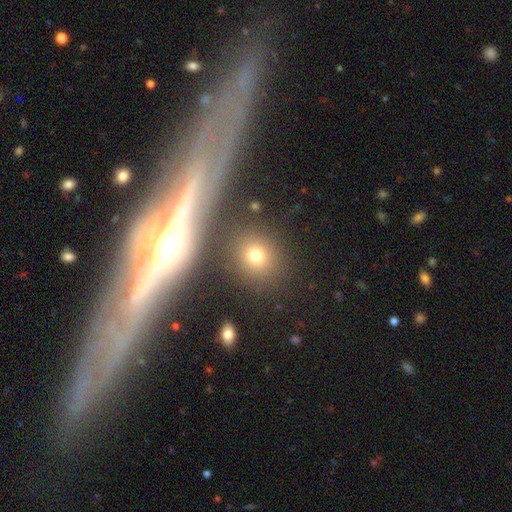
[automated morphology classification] Smooth or featured? smooth (71%)
How rounded? round (81%)
Merging? none (81%)